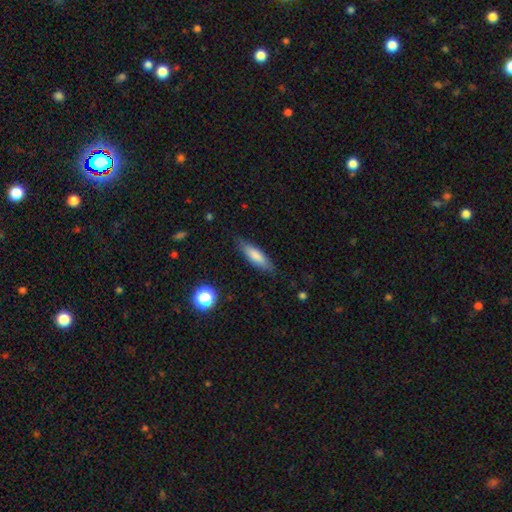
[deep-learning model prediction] Smooth or featured: smooth — 78% (featured or disk — 15%)
How rounded: cigar-shaped — 59% (in between — 39%)
Merging: none — 82% (minor disturbance — 14%)